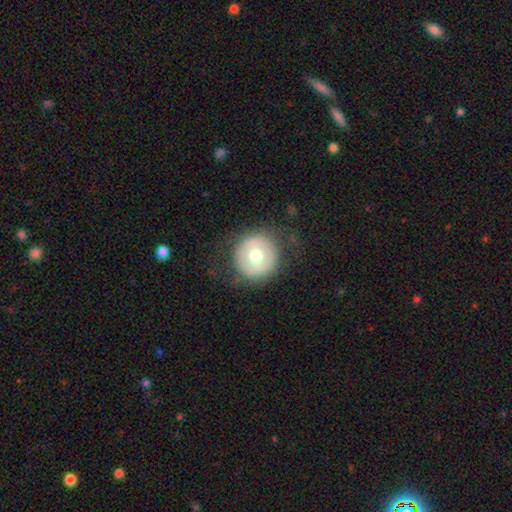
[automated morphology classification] smooth_or_featured: smooth (p=0.57) [alt: featured or disk p=0.35]
how_rounded: round (p=0.95) [alt: in between p=0.04]
merging: none (p=0.81) [alt: minor disturbance p=0.11]